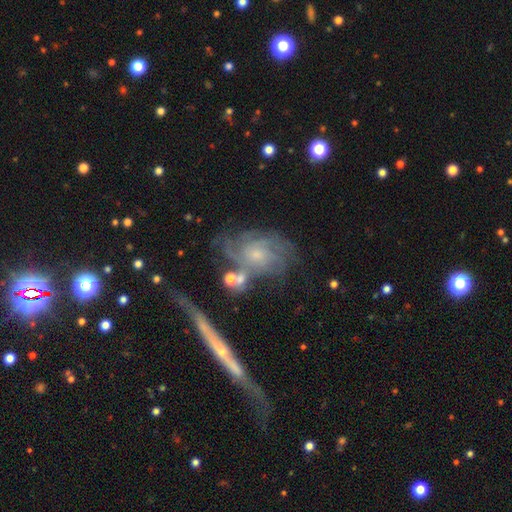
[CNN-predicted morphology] Smooth or featured? featured or disk (77%)
Edge-on disk? no (92%)
Bar? no (73%)
Spiral arms? yes (90%)
Spiral winding? tight (55%)
Spiral arm count? can't tell (43%)
Bulge size? small (57%)
Merging? none (57%)